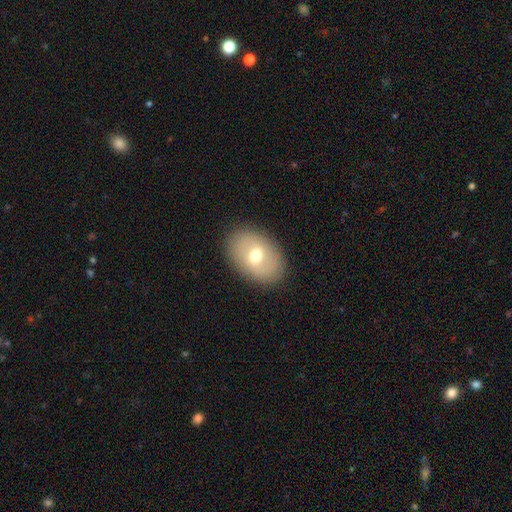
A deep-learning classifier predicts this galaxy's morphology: smooth_or_featured: smooth (p=0.62) [alt: featured or disk p=0.30]
how_rounded: in between (p=0.78) [alt: round p=0.20]
merging: none (p=0.87) [alt: minor disturbance p=0.09]